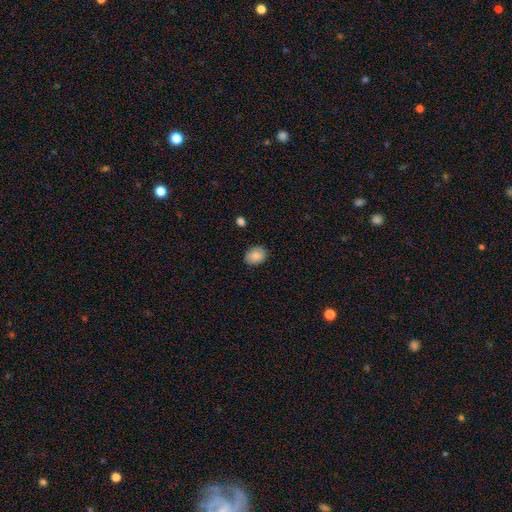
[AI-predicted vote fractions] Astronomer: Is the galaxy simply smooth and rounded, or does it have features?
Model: smooth — 84%.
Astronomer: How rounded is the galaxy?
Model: in between — 56% (runner-up: round, 43%).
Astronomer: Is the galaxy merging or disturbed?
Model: none — 84%.